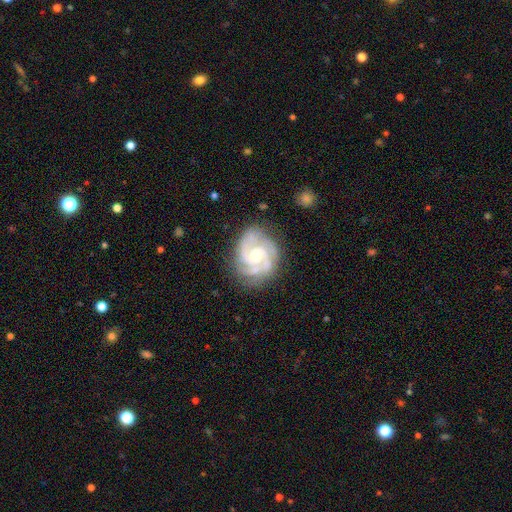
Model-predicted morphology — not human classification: Smooth or featured: featured or disk — 89% (smooth — 6%)
Edge-on disk: no — 98% (yes — 2%)
Bar: no — 60% (weak — 33%)
Spiral arms: yes — 98% (no — 2%)
Spiral winding: tight — 58% (medium — 37%)
Spiral arm count: 3 — 45% (2 — 29%)
Bulge size: moderate — 62% (small — 31%)
Merging: none — 75% (minor disturbance — 17%)